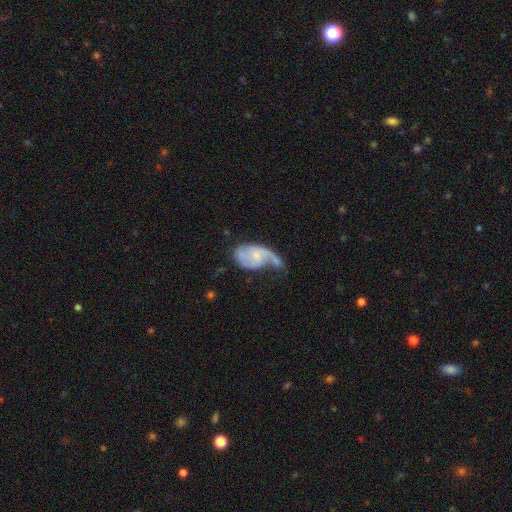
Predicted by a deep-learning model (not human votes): This appears to be a featured or disk galaxy (66%) with no bar (62%), 2 (54%) loose (46%) spiral arms (83%) and a small central bulge (57%). Merging: major disturbance (37%).